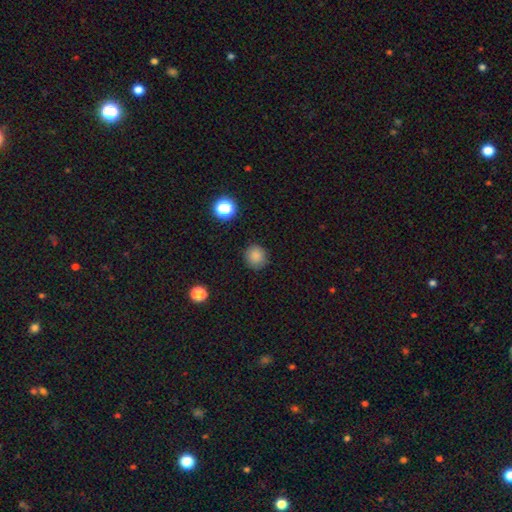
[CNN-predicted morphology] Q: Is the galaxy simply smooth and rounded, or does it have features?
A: smooth — 84%.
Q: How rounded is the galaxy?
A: round — 89%.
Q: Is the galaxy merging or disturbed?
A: none — 88%.